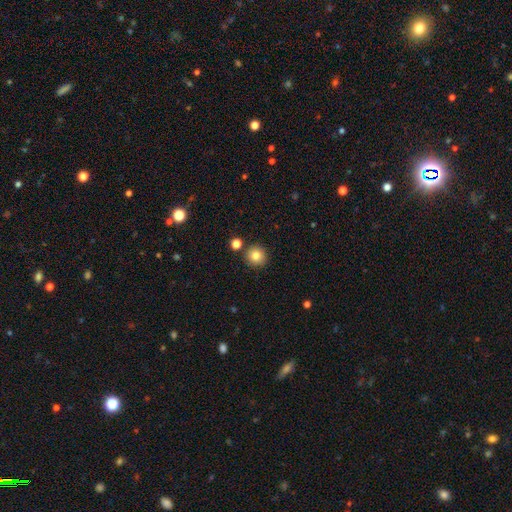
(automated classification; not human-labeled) The model was most divided on "smooth or featured": smooth: 82%, star or artifact: 11%, featured or disk: 7%. More confident: how rounded — round (94%); merging — none (85%).